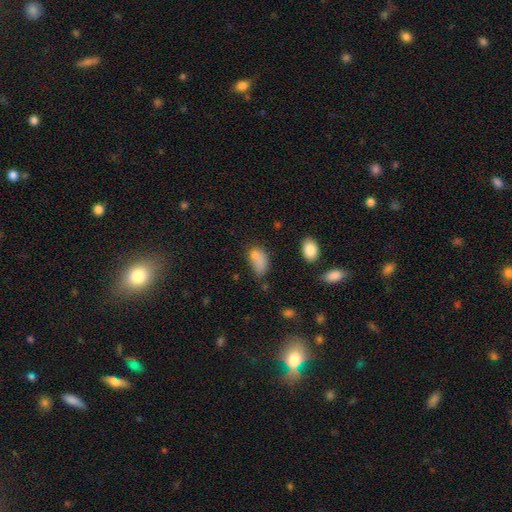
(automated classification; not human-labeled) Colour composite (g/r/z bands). It shows a smooth galaxy with no disk features (77%) that is in between round and cigar-shaped (87%). Merging: none (38%).